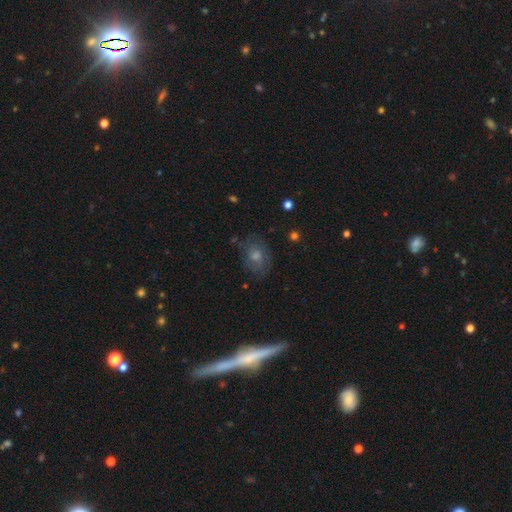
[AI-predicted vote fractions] The model was most divided on "smooth or featured": smooth: 49%, featured or disk: 34%, star or artifact: 17%. More confident: merging — none (74%).